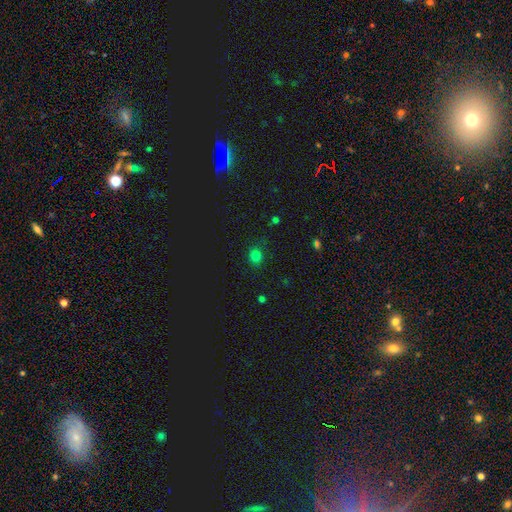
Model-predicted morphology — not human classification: Smooth or featured?
  - smooth: 76% *
  - star or artifact: 20%
  - featured or disk: 4%
How rounded?
  - round: 74% *
  - in between: 25%
  - cigar-shaped: 1%
Merging?
  - none: 82% *
  - minor disturbance: 12%
  - major disturbance: 4%
  - merger: 2%